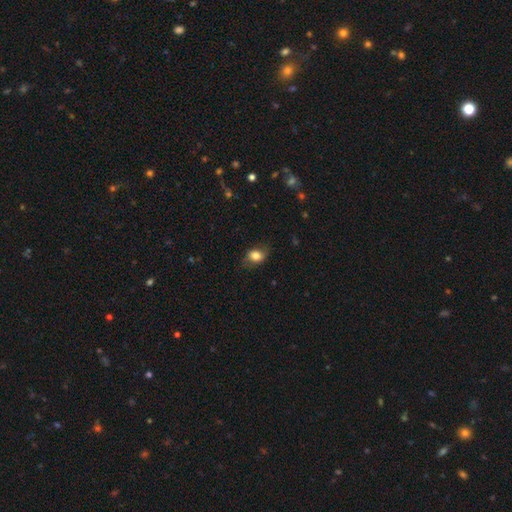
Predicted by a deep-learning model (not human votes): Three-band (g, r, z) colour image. It shows a smooth galaxy with no disk features (72%) that is in between round and cigar-shaped (72%). Merging: none (70%).